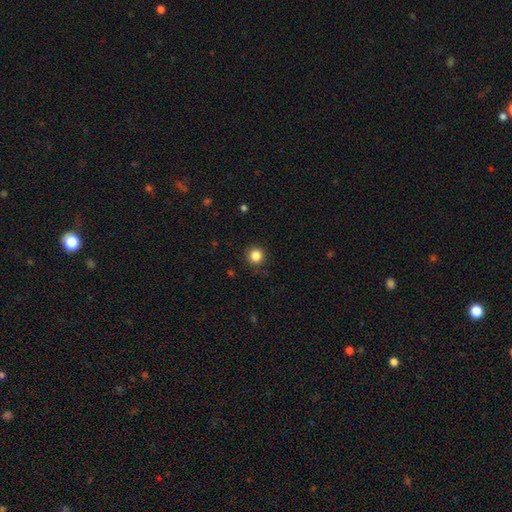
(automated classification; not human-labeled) This appears to be a smooth galaxy with no disk features (84%) that is round (94%). Merging: none (90%).